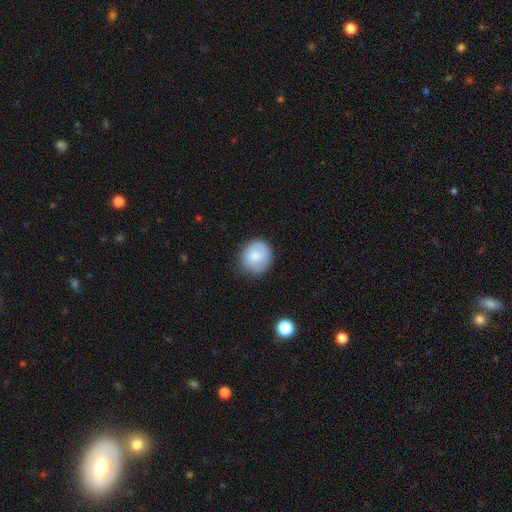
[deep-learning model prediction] smooth-or-featured: smooth: 77% | featured or disk: 16% | star or artifact: 7%
  how-rounded: round: 84% | in between: 15% | cigar-shaped: 1%
  merging: none: 76% | minor disturbance: 18% | major disturbance: 4% | merger: 1%